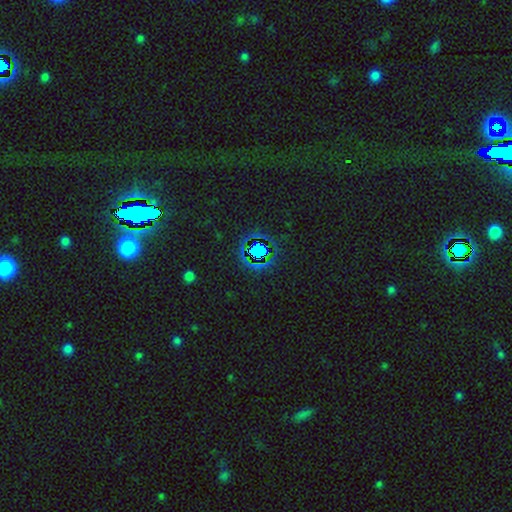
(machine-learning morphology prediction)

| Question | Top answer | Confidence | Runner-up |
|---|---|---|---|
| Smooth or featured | star or artifact | 76% | smooth (15%) |